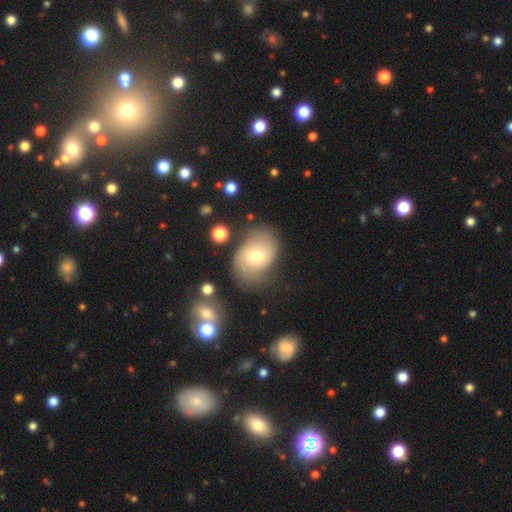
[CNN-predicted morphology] This is possibly a smooth galaxy (55%). How rounded: likely in between (70%). Merging: likely none (60%).